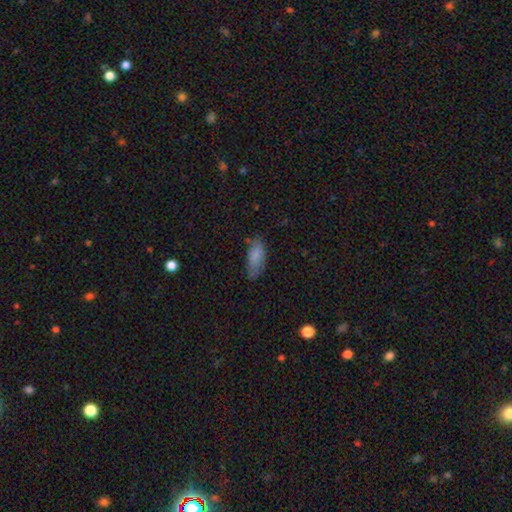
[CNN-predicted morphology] Smooth or featured? smooth (81%)
How rounded? in between (82%)
Merging? none (64%)